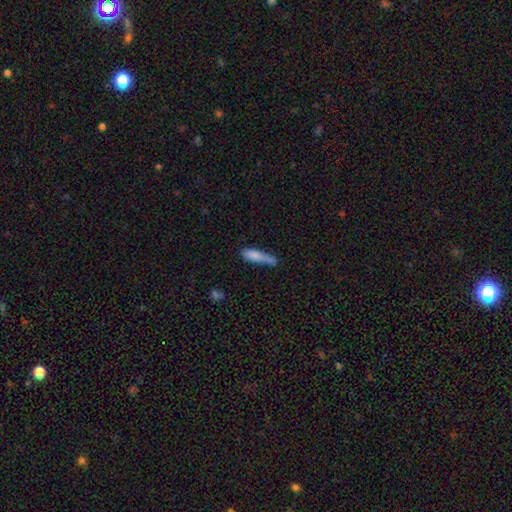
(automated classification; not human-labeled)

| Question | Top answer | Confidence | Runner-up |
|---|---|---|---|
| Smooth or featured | smooth | 78% | featured or disk (15%) |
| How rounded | cigar-shaped | 75% | in between (23%) |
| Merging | none | 44% | minor disturbance (34%) |